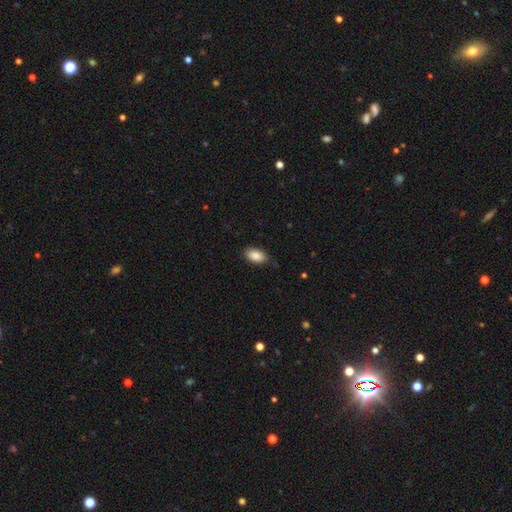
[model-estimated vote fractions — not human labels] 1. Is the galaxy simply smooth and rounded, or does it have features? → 88% smooth, 7% star or artifact, 6% featured or disk.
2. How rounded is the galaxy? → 94% in between, 3% round, 3% cigar-shaped.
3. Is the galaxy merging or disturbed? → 83% none, 13% minor disturbance, 3% major disturbance, 1% merger.